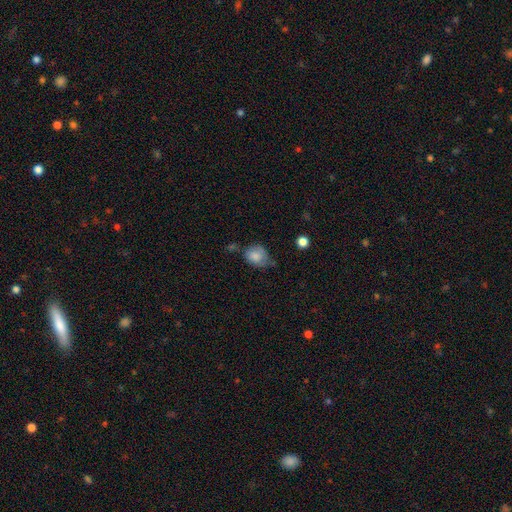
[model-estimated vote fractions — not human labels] Overall: smooth (81%). How rounded: round (61%; in between 38%). Merging: none (44%; minor disturbance 36%).